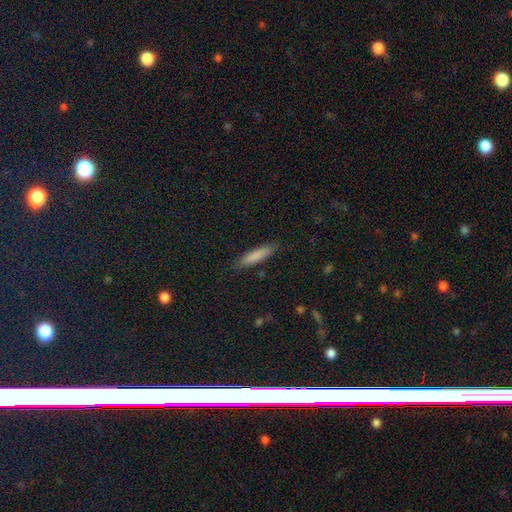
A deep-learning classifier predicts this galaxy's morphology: Smooth or featured: smooth — 83% (featured or disk — 10%)
How rounded: cigar-shaped — 80% (in between — 19%)
Merging: none — 86% (minor disturbance — 11%)